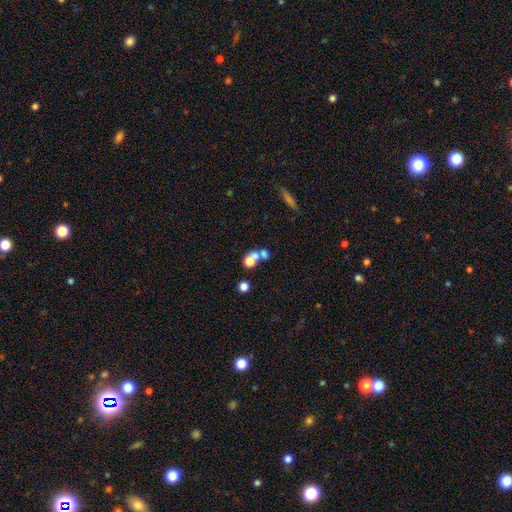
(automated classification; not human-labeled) This is likely a smooth galaxy (63%). How rounded: likely round (70%). Merging: possibly merger (58%).